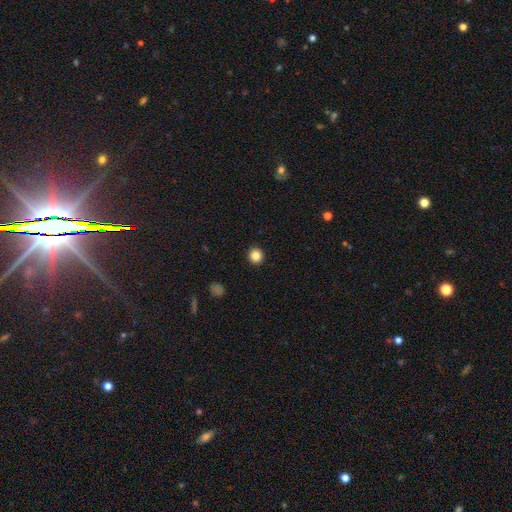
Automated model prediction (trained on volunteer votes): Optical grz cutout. It shows a smooth galaxy with no disk features (86%) that is round (93%). Merging: none (93%).